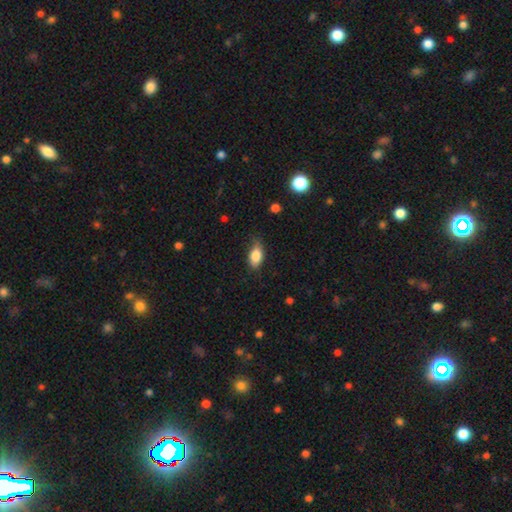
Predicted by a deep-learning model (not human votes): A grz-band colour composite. It shows a smooth galaxy with no disk features (83%) that is in between round and cigar-shaped (88%). Merging: none (65%).